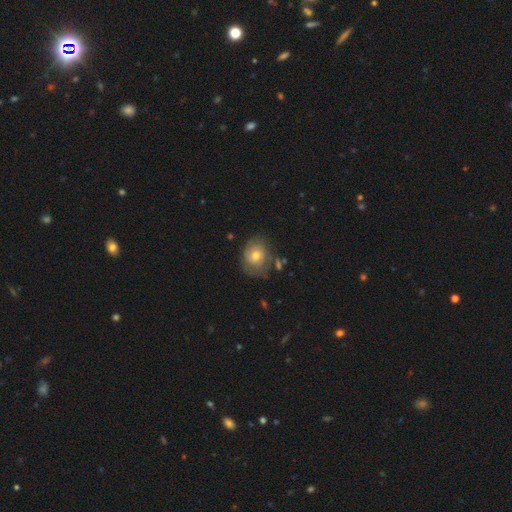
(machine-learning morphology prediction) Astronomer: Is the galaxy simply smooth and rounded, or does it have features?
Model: smooth — 48% (runner-up: featured or disk, 44%).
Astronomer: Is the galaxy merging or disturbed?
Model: none — 60%.